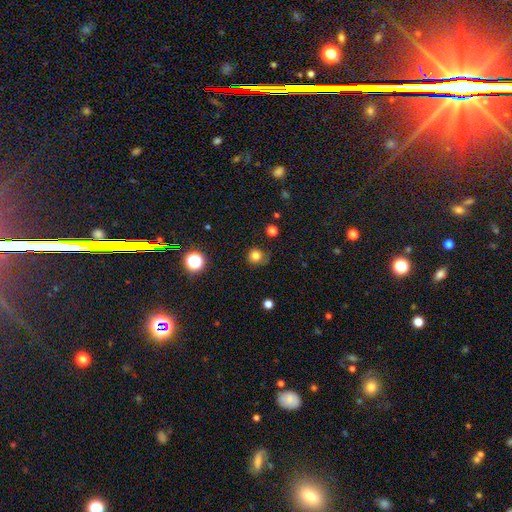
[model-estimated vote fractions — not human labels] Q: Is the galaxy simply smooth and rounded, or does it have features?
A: smooth — 80%.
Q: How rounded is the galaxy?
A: round — 90%.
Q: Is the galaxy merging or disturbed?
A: none — 71%.